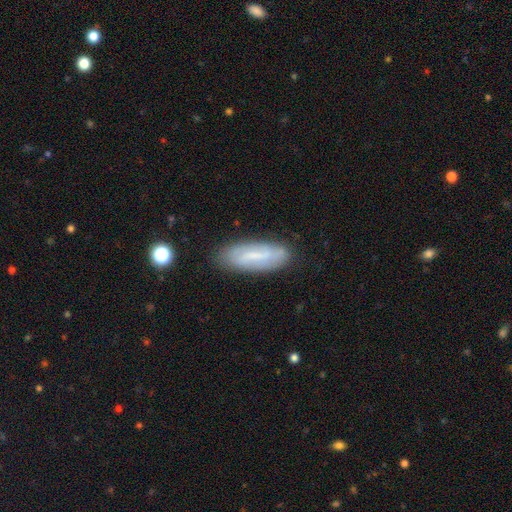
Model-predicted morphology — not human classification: type=featured or disk (50%); edge-on=no (82%); merging=none (82%).